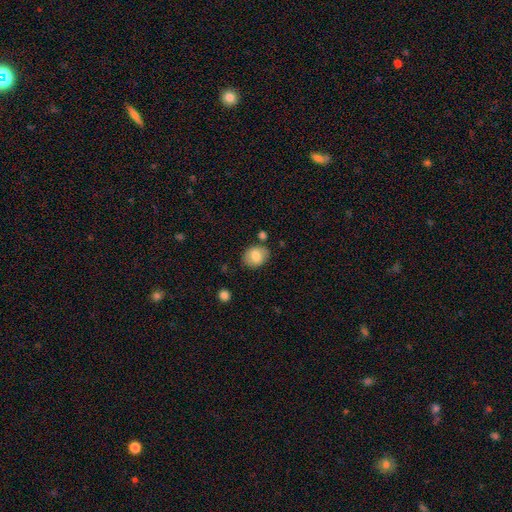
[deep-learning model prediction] This appears to be a smooth galaxy with no disk features (80%) that is round (52%). Merging: none (79%).